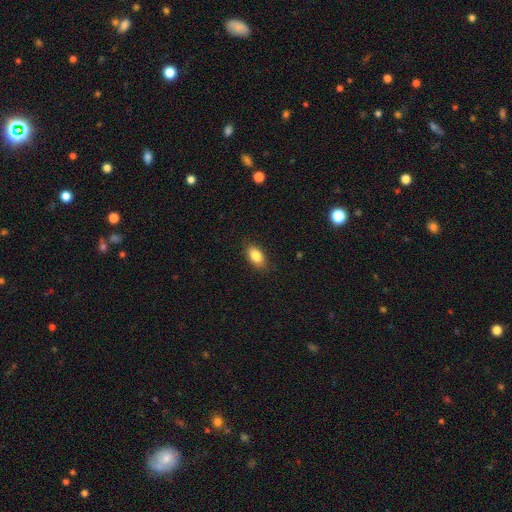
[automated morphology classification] smooth_or_featured: smooth (p=0.85) [alt: star or artifact p=0.08]
how_rounded: in between (p=0.90) [alt: round p=0.06]
merging: none (p=0.86) [alt: minor disturbance p=0.11]